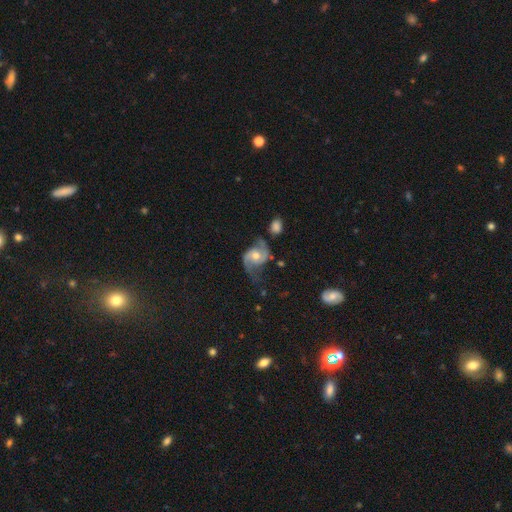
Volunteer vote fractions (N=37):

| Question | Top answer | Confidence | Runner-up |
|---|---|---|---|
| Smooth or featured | featured or disk | 89% | smooth (11%) |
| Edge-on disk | no | 100% | — |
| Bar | weak | 48% | no (36%) |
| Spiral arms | yes | 100% | — |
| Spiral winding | medium | 52% | loose (30%) |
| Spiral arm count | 2 | 94% | 1 (3%) |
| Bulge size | moderate | 73% | large (18%) |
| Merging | none | 57% | minor disturbance (24%) |